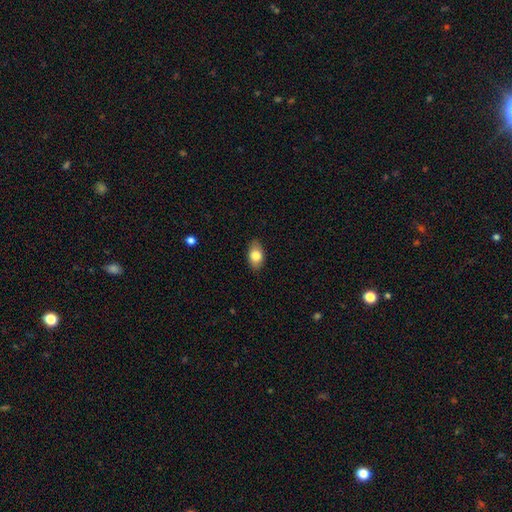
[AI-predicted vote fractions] Morphology: type=smooth (80%); roundness=in between (89%); merging=none (86%).